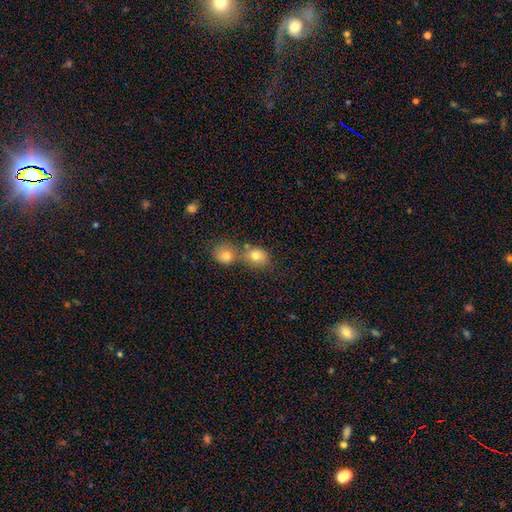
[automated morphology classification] smooth_or_featured: smooth (p=0.78) [alt: featured or disk p=0.11]
how_rounded: round (p=0.63) [alt: in between p=0.36]
merging: merger (p=0.48) [alt: none p=0.39]